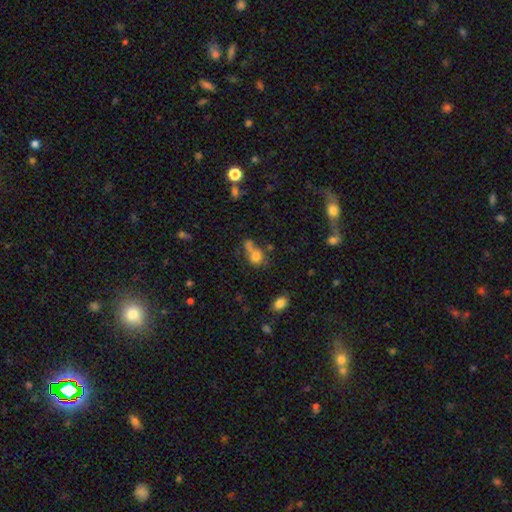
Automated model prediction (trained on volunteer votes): smooth 76%, star or artifact 13%, featured or disk 11%. Down the decision tree: how rounded — round (59%); merging — merger (39%).